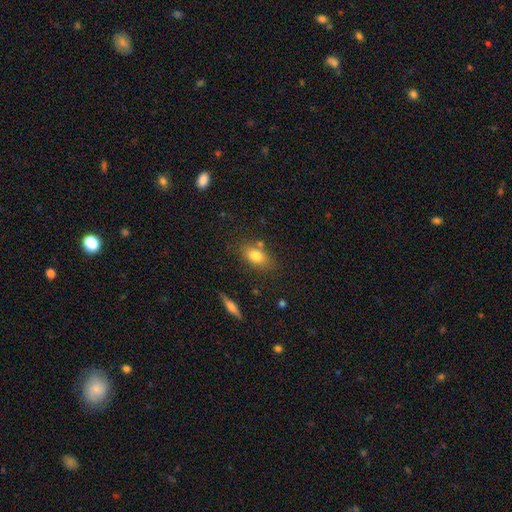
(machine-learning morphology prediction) Smooth or featured?
  - smooth: 78% *
  - featured or disk: 13%
  - star or artifact: 9%
How rounded?
  - in between: 81% *
  - round: 13%
  - cigar-shaped: 6%
Merging?
  - none: 72% *
  - minor disturbance: 15%
  - merger: 9%
  - major disturbance: 4%